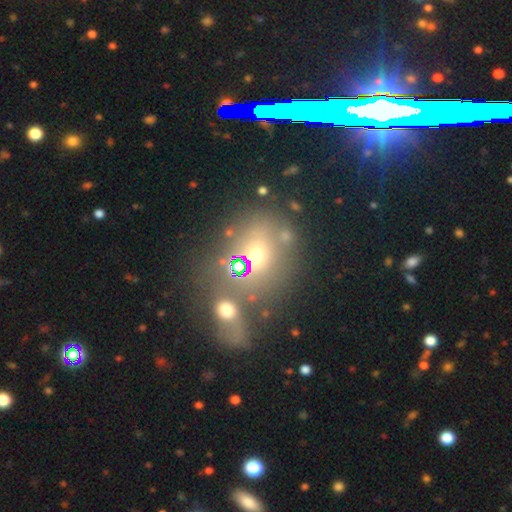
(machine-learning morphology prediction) A smooth galaxy with no disk features (54%) that is round (61%).

Vote fractions:
- Smooth or featured? smooth: 54% / star or artifact: 27% / featured or disk: 19%
- How rounded? round: 61% / in between: 37% / cigar-shaped: 2%
- Merging? none: 44% / merger: 35% / minor disturbance: 11% / major disturbance: 9%